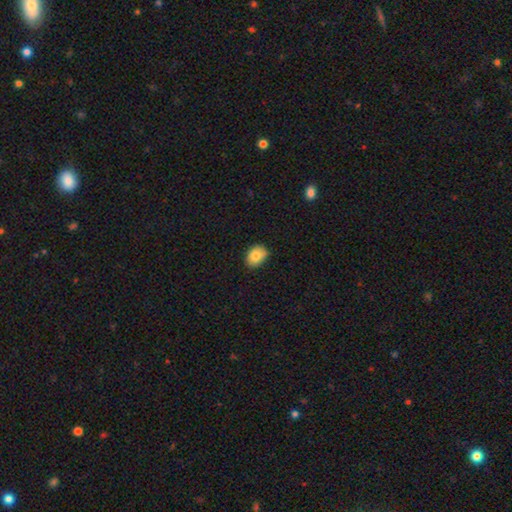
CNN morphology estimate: Q: Smooth or featured?
A: smooth (83%); runner-up: featured or disk (9%)
Q: How rounded?
A: in between (67%); runner-up: round (32%)
Q: Merging?
A: none (76%); runner-up: minor disturbance (20%)